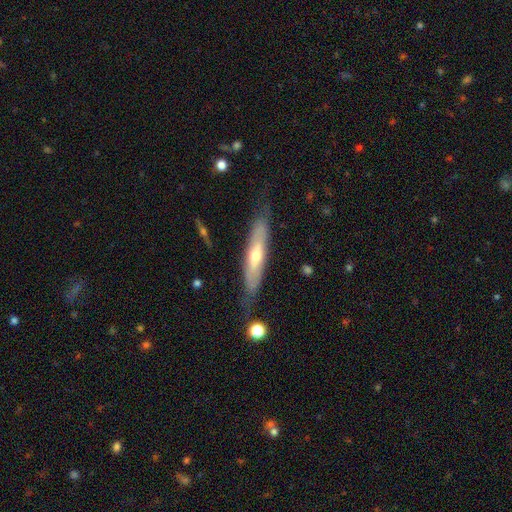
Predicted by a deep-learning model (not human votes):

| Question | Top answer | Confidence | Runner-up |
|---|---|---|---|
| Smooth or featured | featured or disk | 56% | smooth (39%) |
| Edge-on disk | yes | 65% | no (35%) |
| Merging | none | 73% | minor disturbance (19%) |